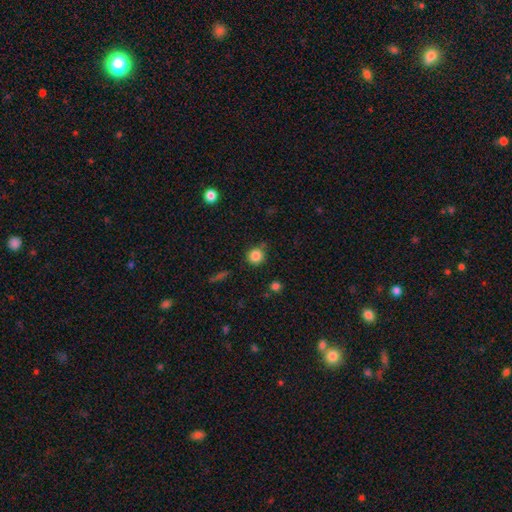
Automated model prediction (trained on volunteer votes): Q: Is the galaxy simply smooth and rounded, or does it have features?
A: smooth — 84%.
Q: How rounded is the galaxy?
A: round — 92%.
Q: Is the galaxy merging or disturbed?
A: none — 80%.